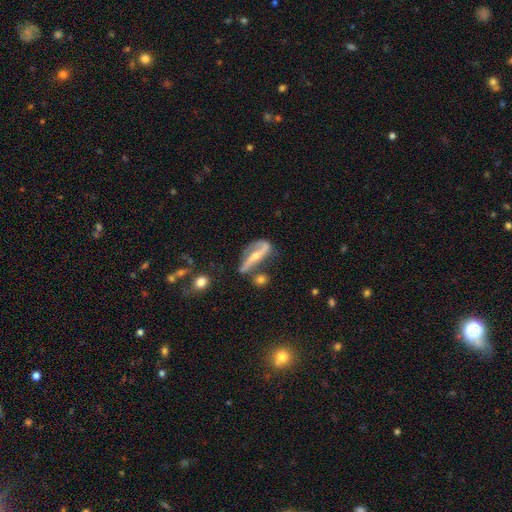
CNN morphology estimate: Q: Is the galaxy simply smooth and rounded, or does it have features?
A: featured or disk — 78%.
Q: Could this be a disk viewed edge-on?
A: no — 71%.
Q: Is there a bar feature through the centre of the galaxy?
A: strong — 55%.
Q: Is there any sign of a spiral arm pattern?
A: yes — 80%.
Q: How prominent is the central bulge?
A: moderate — 47%, tied with small.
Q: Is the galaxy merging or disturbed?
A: none — 52%.